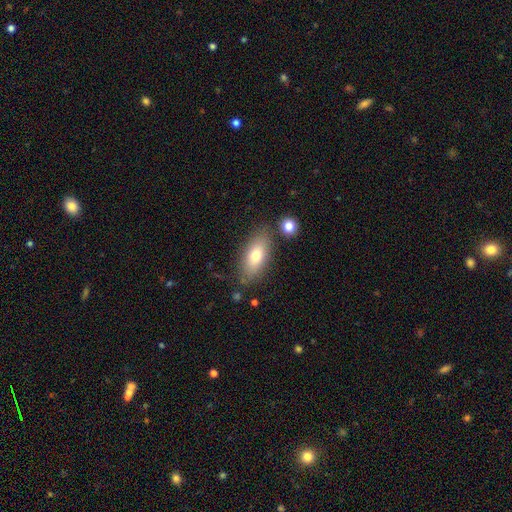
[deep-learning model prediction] A smooth galaxy with no disk features (74%) that is in between round and cigar-shaped (83%). Merging: none (76%).